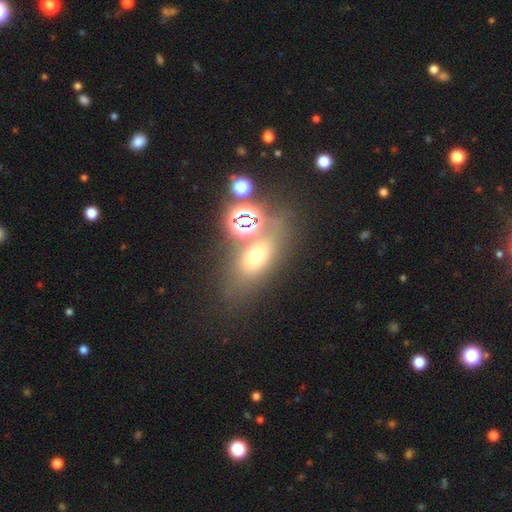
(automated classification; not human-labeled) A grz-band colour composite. It shows a smooth galaxy with no disk features (53%) that is in between round and cigar-shaped (64%). Merging: none (63%).